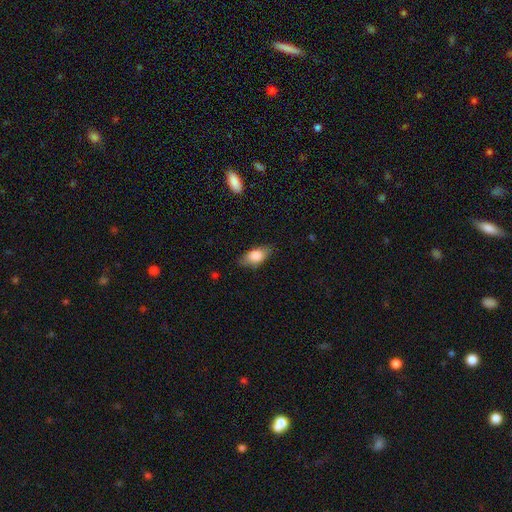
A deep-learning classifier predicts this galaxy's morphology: This is likely a smooth galaxy (80%). How rounded: clearly in between (88%). Merging: likely none (77%).